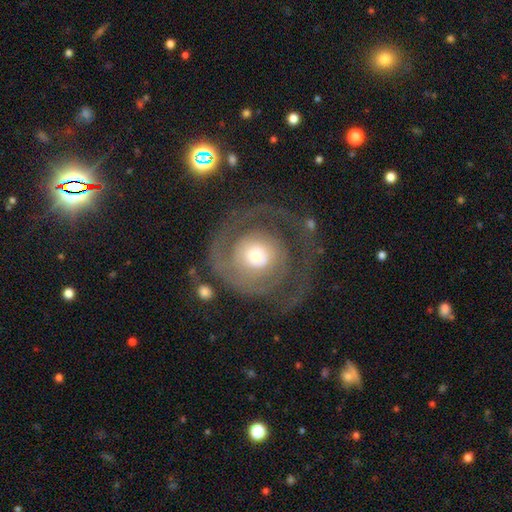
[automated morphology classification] The model was most divided on "spiral arm count": 1: 39%, 2: 31%, can't tell: 18%, 3: 6%, 4: 3%, more than 4: 3%. More confident: edge-on disk — no (97%); bar — no (82%); spiral arms — yes (81%); smooth or featured — featured or disk (75%); spiral winding — tight (60%); merging — none (55%); bulge size — moderate (50%).